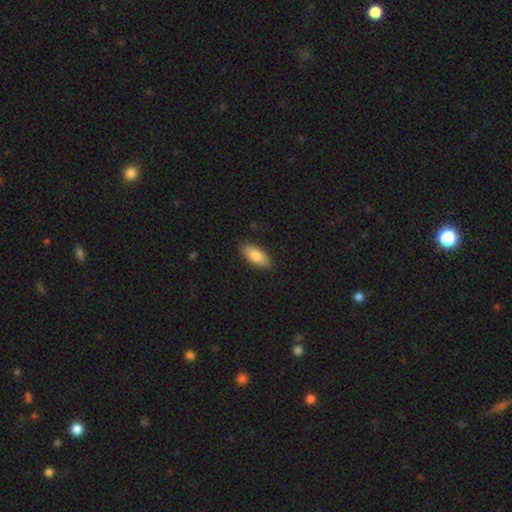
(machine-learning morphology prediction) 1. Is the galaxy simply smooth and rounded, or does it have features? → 83% smooth, 11% featured or disk, 6% star or artifact.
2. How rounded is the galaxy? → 84% in between, 14% cigar-shaped, 2% round.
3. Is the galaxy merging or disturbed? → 88% none, 9% minor disturbance, 2% major disturbance, 1% merger.